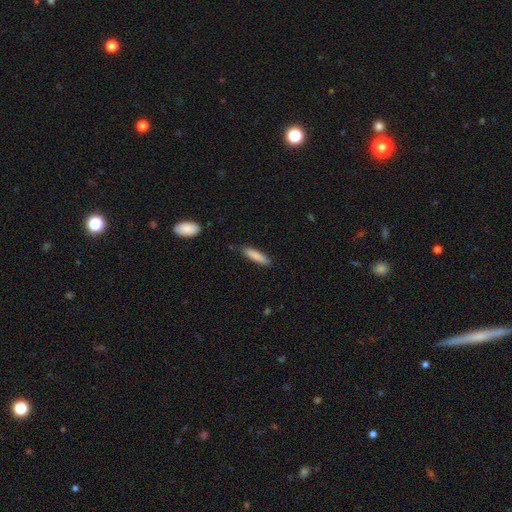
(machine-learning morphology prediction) Smooth or featured?
  - smooth: 84% *
  - featured or disk: 10%
  - star or artifact: 6%
How rounded?
  - cigar-shaped: 78% *
  - in between: 21%
  - round: 1%
Merging?
  - none: 86% *
  - minor disturbance: 11%
  - major disturbance: 2%
  - merger: 2%